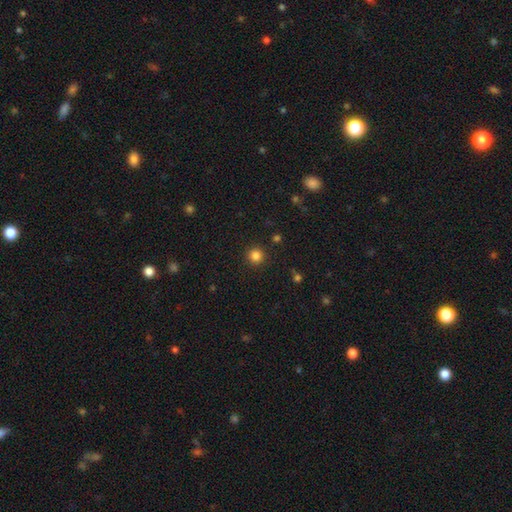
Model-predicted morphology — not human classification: The model was most divided on "smooth or featured": smooth: 84%, star or artifact: 12%, featured or disk: 4%. More confident: how rounded — round (95%); merging — none (91%).